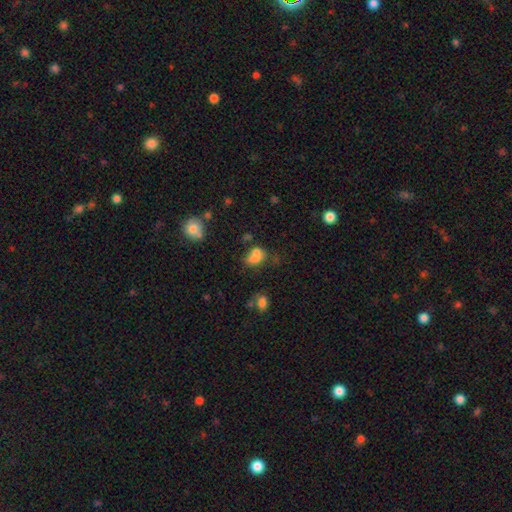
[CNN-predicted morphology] smooth_or_featured: smooth (p=0.71) [alt: star or artifact p=0.15]
how_rounded: in between (p=0.68) [alt: round p=0.30]
merging: merger (p=0.38) [alt: none p=0.28]